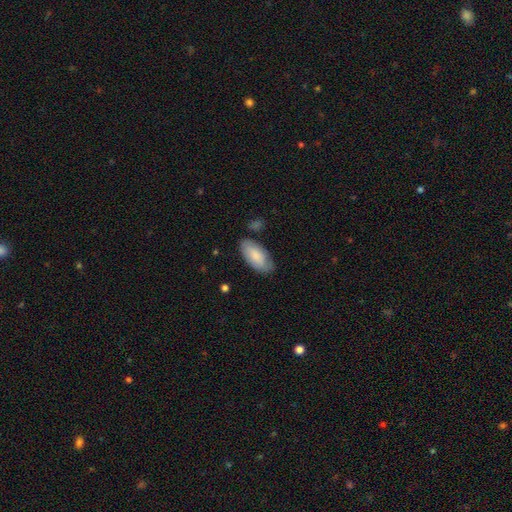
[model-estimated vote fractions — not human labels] Q: Smooth or featured?
A: smooth (81%); runner-up: featured or disk (14%)
Q: How rounded?
A: in between (92%); runner-up: cigar-shaped (6%)
Q: Merging?
A: none (76%); runner-up: minor disturbance (17%)